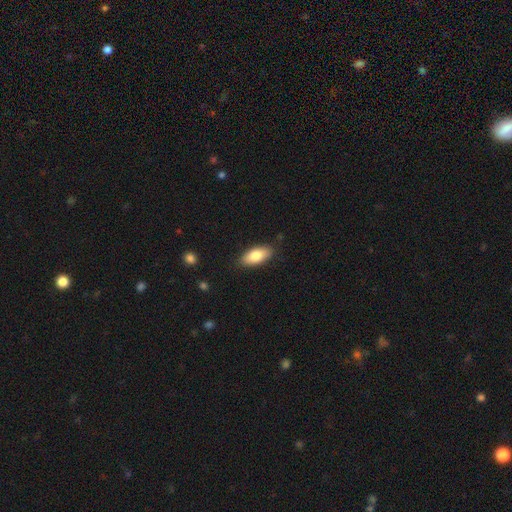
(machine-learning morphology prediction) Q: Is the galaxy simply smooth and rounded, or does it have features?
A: smooth — 79%.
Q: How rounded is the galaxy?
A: in between — 86%.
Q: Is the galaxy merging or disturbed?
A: none — 85%.